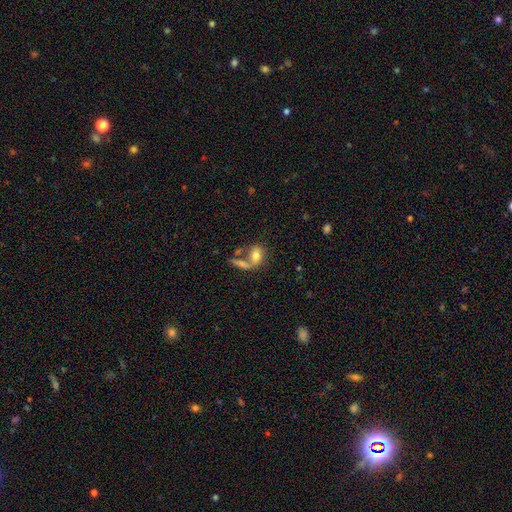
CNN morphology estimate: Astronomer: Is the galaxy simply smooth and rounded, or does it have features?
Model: smooth — 70%.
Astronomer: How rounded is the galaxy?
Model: in between — 72%.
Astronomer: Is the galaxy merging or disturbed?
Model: merger — 42% (runner-up: none, 37%).